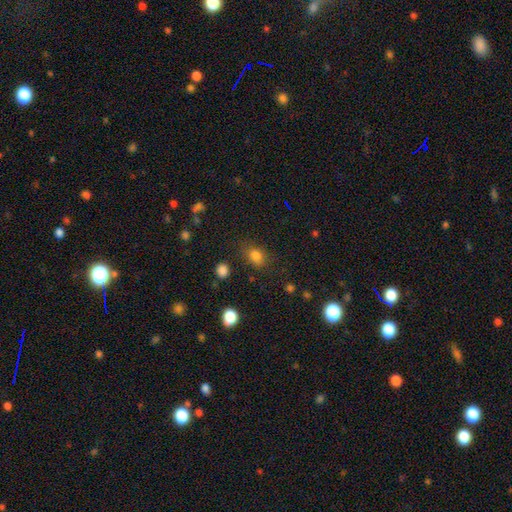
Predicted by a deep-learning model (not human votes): smooth-or-featured: smooth: 81% | star or artifact: 14% | featured or disk: 6%
  how-rounded: in between: 54% | round: 45% | cigar-shaped: 1%
  merging: none: 73% | minor disturbance: 17% | major disturbance: 6% | merger: 3%